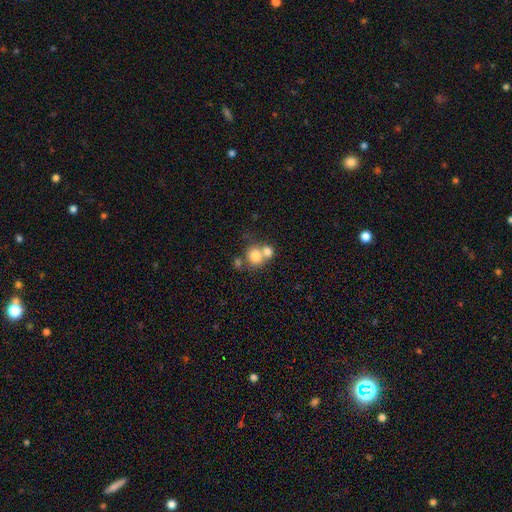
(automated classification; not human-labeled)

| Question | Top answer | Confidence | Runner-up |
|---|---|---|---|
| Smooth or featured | smooth | 77% | featured or disk (13%) |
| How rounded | round | 81% | in between (18%) |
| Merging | merger | 54% | none (35%) |